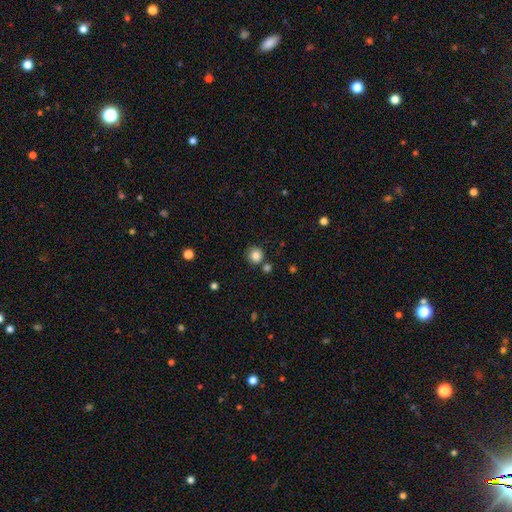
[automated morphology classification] This appears to be a smooth galaxy with no disk features (84%) that is round (93%). Merging: none (79%).